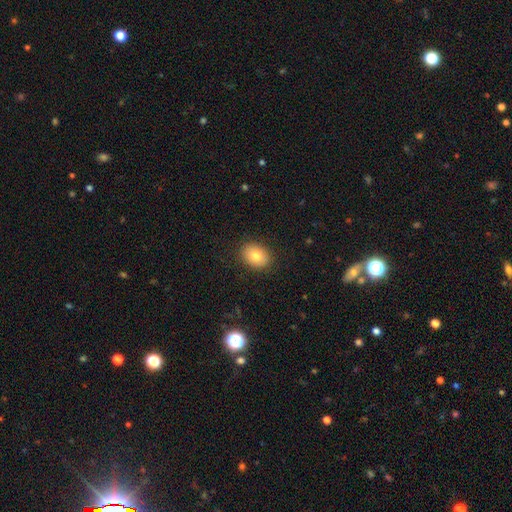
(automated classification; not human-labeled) A smooth galaxy with no disk features (81%) that is in between round and cigar-shaped (61%).

Vote fractions:
- Smooth or featured? smooth: 81% / star or artifact: 10% / featured or disk: 9%
- How rounded? in between: 61% / round: 38% / cigar-shaped: 1%
- Merging? none: 88% / minor disturbance: 8% / major disturbance: 2% / merger: 1%